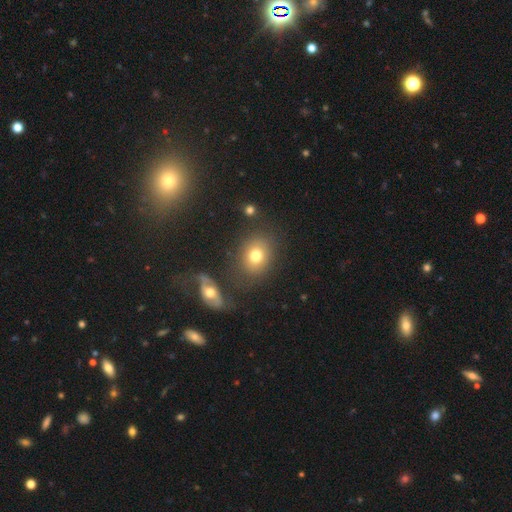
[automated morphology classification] A smooth galaxy with no disk features (75%) that is round (56%).

Vote fractions:
- Smooth or featured? smooth: 75% / featured or disk: 14% / star or artifact: 11%
- How rounded? round: 56% / in between: 43% / cigar-shaped: 1%
- Merging? none: 75% / minor disturbance: 12% / merger: 8% / major disturbance: 5%